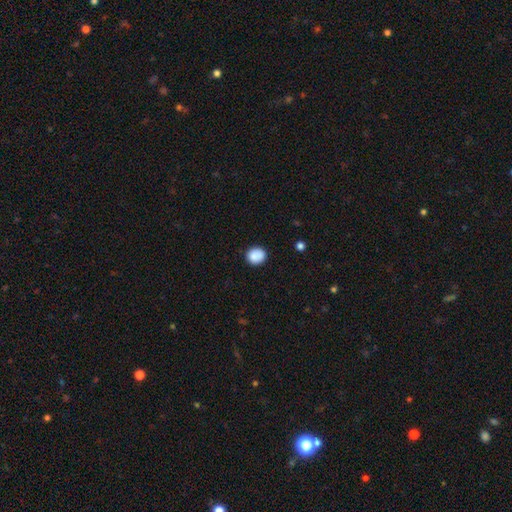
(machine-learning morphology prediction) Smooth or featured?
  - smooth: 87% *
  - star or artifact: 9%
  - featured or disk: 4%
How rounded?
  - round: 81% *
  - in between: 18%
  - cigar-shaped: 1%
Merging?
  - none: 84% *
  - minor disturbance: 12%
  - major disturbance: 3%
  - merger: 2%